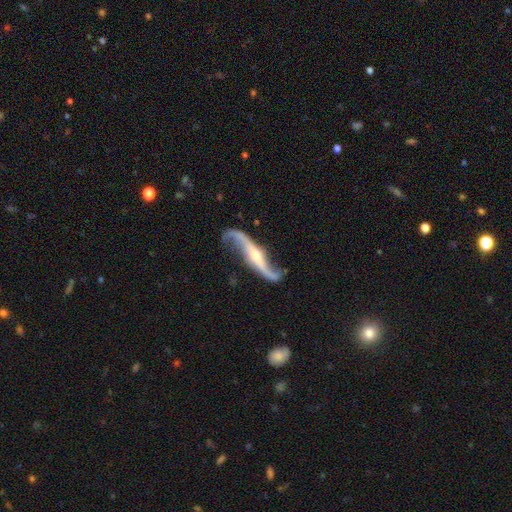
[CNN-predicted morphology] The model was most divided on "bar": no: 38%, strong: 33%, weak: 29%. Remaining: spiral arms — yes (96%); spiral arm count — 2 (93%); spiral winding — loose (91%); smooth or featured — featured or disk (90%); edge-on disk — no (80%); merging — none (70%); bulge size — small (49%).